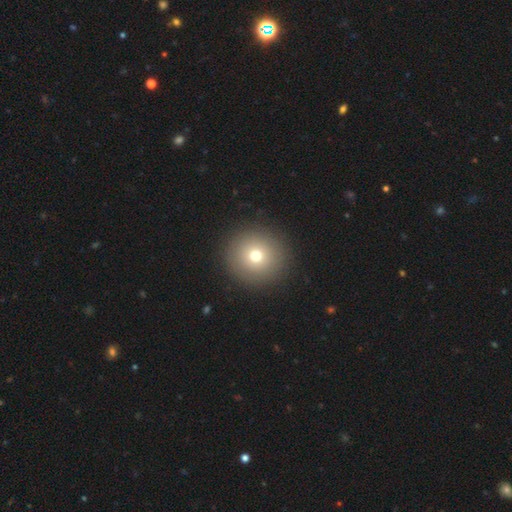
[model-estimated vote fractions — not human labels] Overall: smooth (72%). How rounded: round (95%). Merging: none (91%).